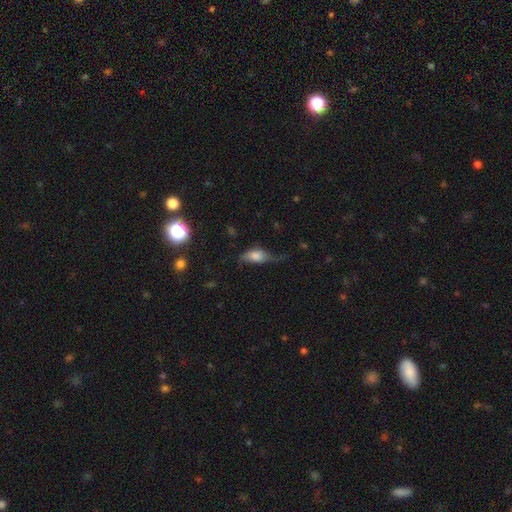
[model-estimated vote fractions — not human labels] A smooth galaxy with no disk features (64%) that is in between round and cigar-shaped (83%). Merging: major disturbance (35%).